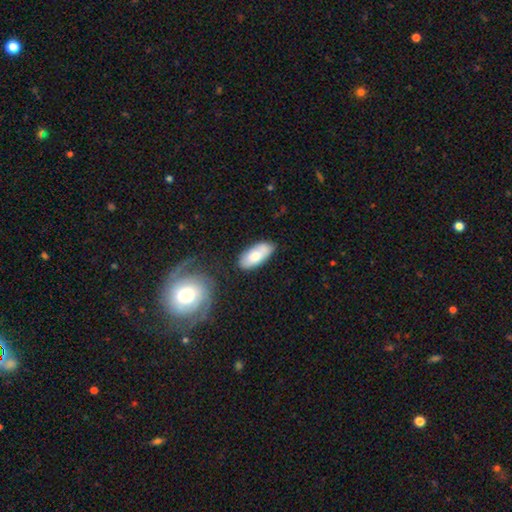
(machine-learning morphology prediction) Smooth or featured: smooth — 75% (featured or disk — 19%)
How rounded: in between — 88% (cigar-shaped — 9%)
Merging: none — 74% (minor disturbance — 18%)